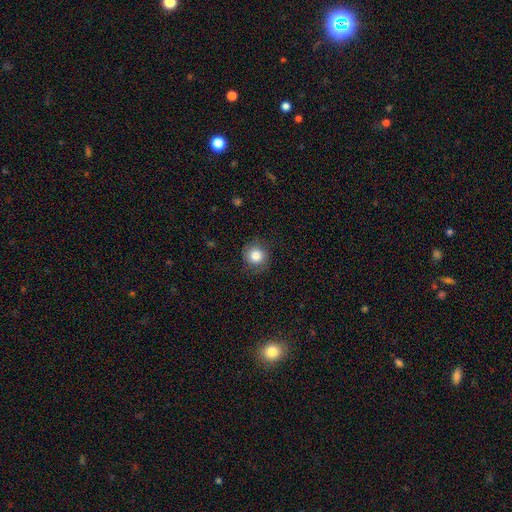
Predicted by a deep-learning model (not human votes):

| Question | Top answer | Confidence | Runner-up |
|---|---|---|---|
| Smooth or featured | smooth | 81% | featured or disk (10%) |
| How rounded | round | 90% | in between (9%) |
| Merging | none | 80% | minor disturbance (14%) |